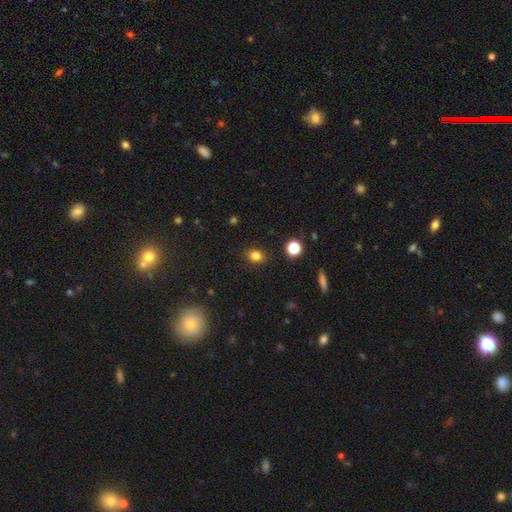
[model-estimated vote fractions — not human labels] This is clearly a smooth galaxy (81%). How rounded: possibly round (60%). Merging: clearly none (87%).